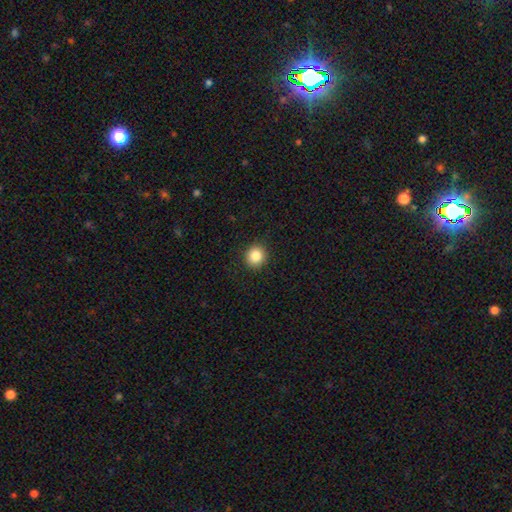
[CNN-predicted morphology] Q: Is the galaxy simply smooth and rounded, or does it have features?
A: smooth — 85%.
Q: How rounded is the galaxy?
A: round — 87%.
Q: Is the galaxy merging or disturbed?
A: none — 91%.